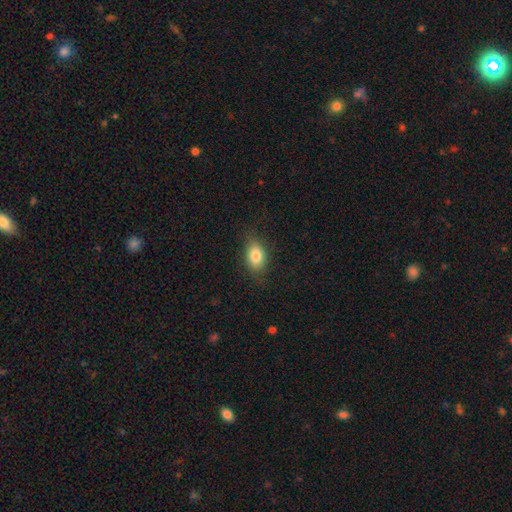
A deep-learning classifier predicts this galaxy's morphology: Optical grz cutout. It shows a smooth galaxy with no disk features (83%) that is in between round and cigar-shaped (85%). Merging: none (82%).